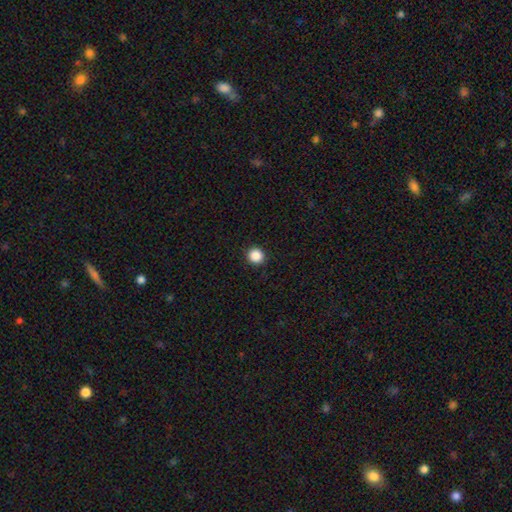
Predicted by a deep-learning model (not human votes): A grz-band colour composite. It shows a smooth galaxy with no disk features (87%) that is round (94%). Merging: none (93%).